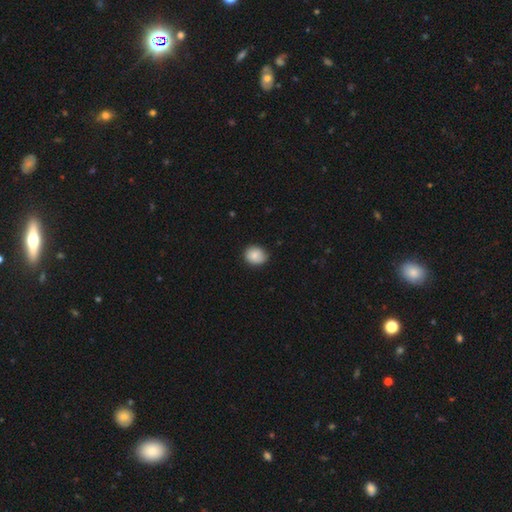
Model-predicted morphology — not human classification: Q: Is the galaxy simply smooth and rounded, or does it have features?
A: smooth — 83%.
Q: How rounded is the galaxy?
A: round — 64%.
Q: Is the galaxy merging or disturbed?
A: none — 79%.